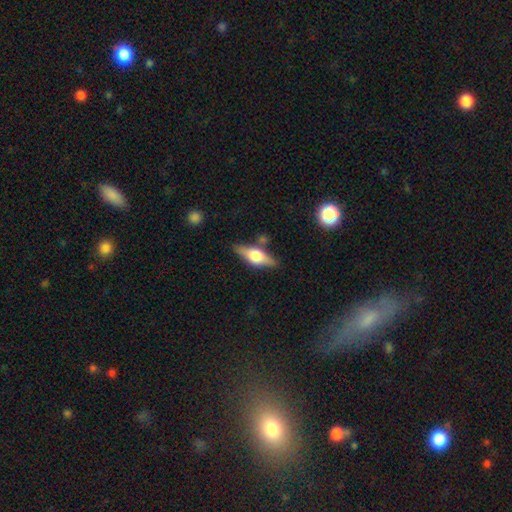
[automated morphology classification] A featured or disk galaxy (56%) viewed edge-on (92%) with a rounded central bulge (91%). Merging: none (78%).